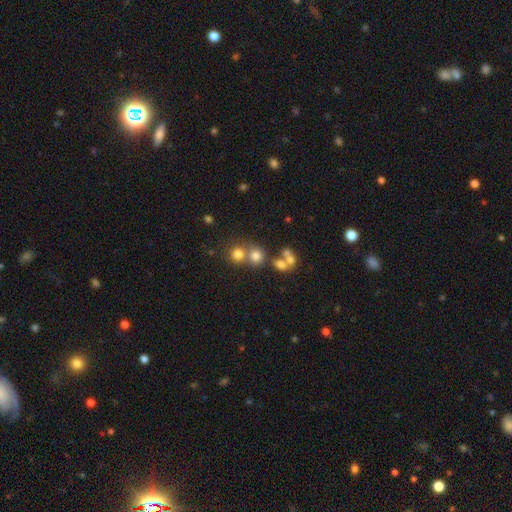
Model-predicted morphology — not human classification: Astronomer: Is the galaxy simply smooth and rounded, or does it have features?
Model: smooth — 71%.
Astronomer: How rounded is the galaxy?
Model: round — 82%.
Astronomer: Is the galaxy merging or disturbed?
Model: none — 49% (runner-up: merger, 39%).